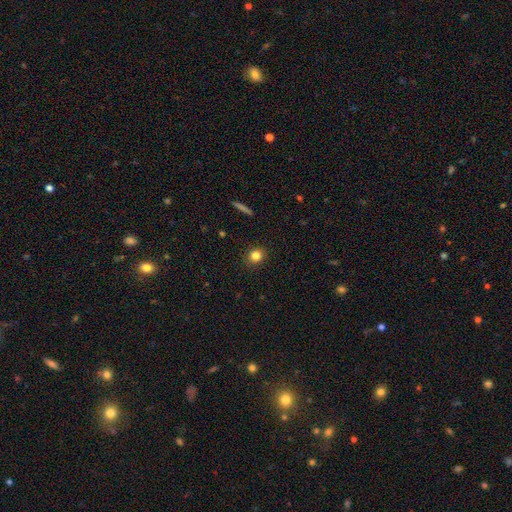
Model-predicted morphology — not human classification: Smooth or featured?
  - smooth: 81% *
  - star or artifact: 12%
  - featured or disk: 7%
How rounded?
  - round: 81% *
  - in between: 18%
  - cigar-shaped: 1%
Merging?
  - none: 91% *
  - minor disturbance: 6%
  - major disturbance: 2%
  - merger: 1%